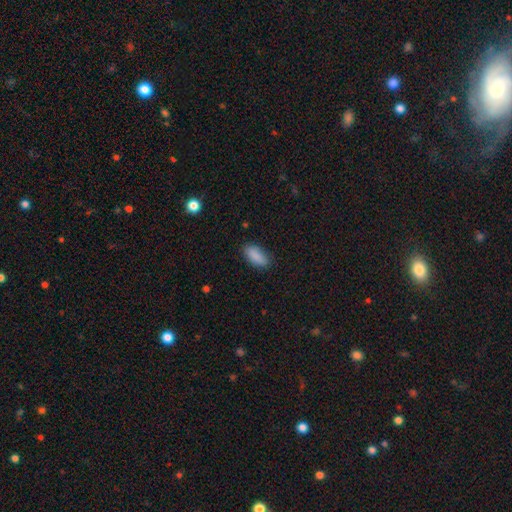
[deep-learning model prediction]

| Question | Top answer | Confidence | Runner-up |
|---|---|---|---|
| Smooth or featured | smooth | 89% | star or artifact (7%) |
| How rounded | in between | 88% | cigar-shaped (9%) |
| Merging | none | 85% | minor disturbance (12%) |